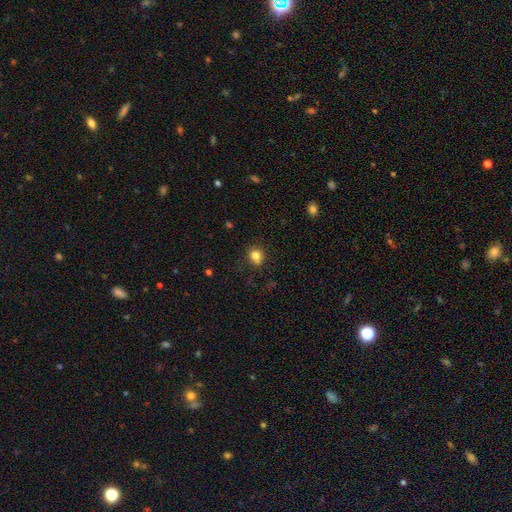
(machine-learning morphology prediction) smooth-or-featured: smooth: 81% | star or artifact: 12% | featured or disk: 7%
  how-rounded: round: 70% | in between: 29% | cigar-shaped: 1%
  merging: none: 78% | minor disturbance: 16% | major disturbance: 4% | merger: 2%